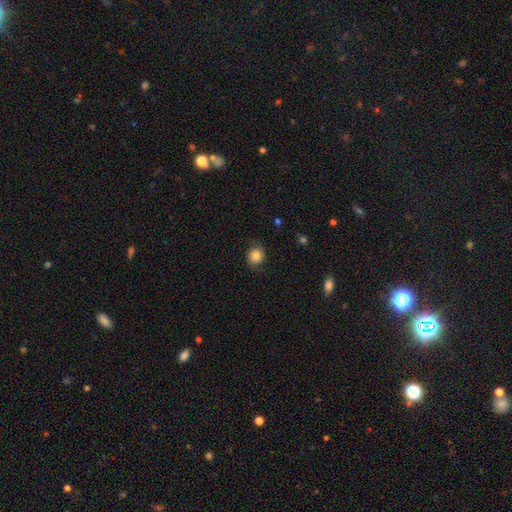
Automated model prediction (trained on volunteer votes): A smooth galaxy with no disk features (79%) that is round (70%).

Vote fractions:
- Smooth or featured? smooth: 79% / featured or disk: 12% / star or artifact: 10%
- How rounded? round: 70% / in between: 29% / cigar-shaped: 1%
- Merging? none: 76% / minor disturbance: 18% / major disturbance: 5% / merger: 1%